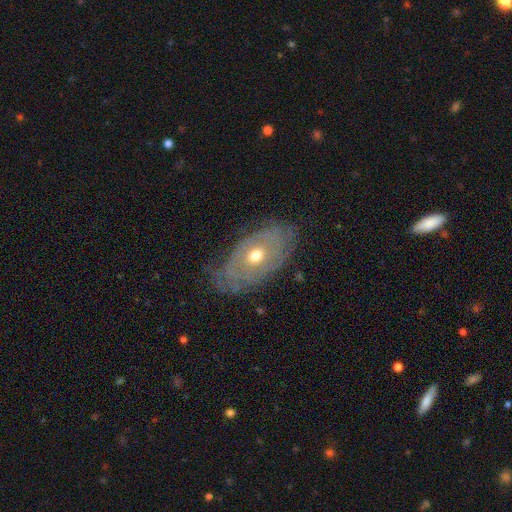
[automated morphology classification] Smooth or featured? featured or disk (68%)
Edge-on disk? no (90%)
Bar? no (84%)
Spiral arms? yes (59%)
Bulge size? moderate (68%)
Merging? none (66%)